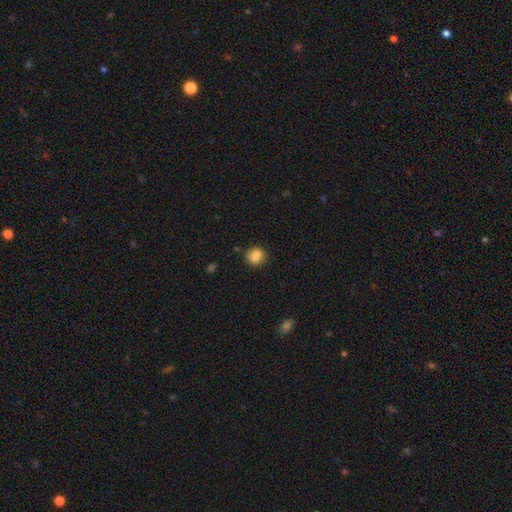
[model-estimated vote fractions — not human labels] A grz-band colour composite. It shows a smooth galaxy with no disk features (83%) that is round (74%). Merging: none (81%).